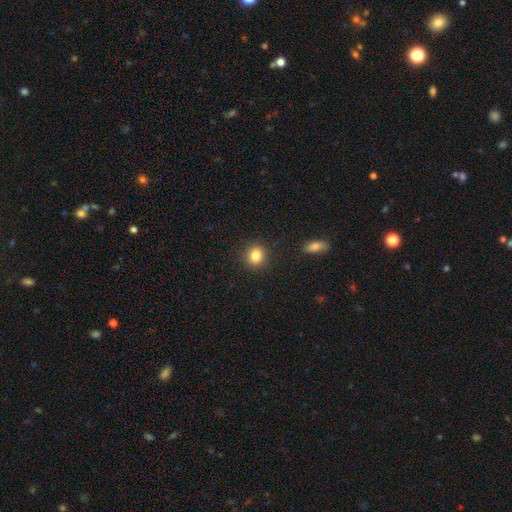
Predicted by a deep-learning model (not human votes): A smooth galaxy with no disk features (84%) that is round (82%).

Vote fractions:
- Smooth or featured? smooth: 84% / star or artifact: 10% / featured or disk: 6%
- How rounded? round: 82% / in between: 17% / cigar-shaped: 1%
- Merging? none: 89% / minor disturbance: 7% / major disturbance: 2% / merger: 1%